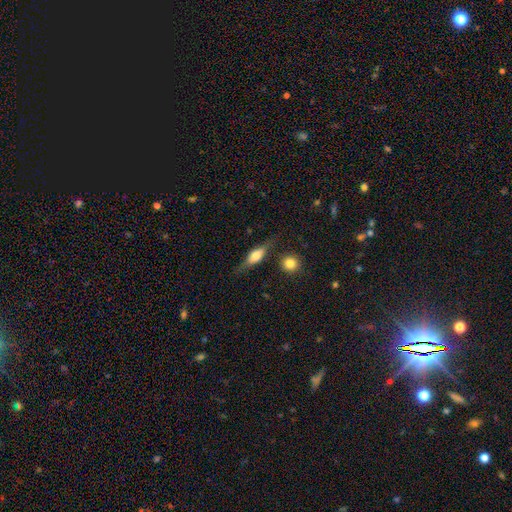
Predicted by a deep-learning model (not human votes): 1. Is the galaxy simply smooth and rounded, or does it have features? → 53% featured or disk, 40% smooth, 7% star or artifact.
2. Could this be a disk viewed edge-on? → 90% yes, 10% no.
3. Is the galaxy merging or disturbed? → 76% none, 16% minor disturbance, 5% major disturbance, 3% merger.